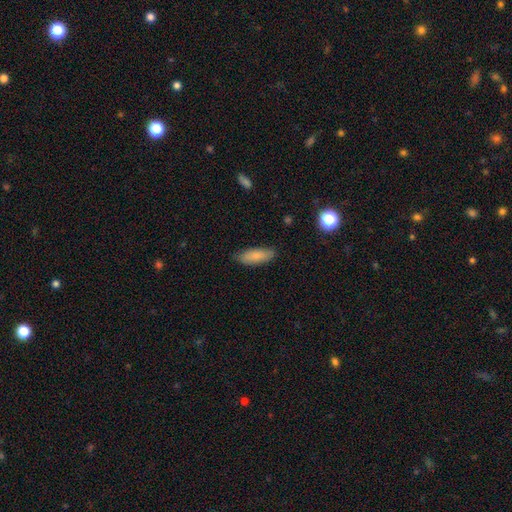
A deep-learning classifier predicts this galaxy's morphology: Smooth or featured?
  - smooth: 84% *
  - featured or disk: 10%
  - star or artifact: 7%
How rounded?
  - in between: 67% *
  - cigar-shaped: 32%
  - round: 2%
Merging?
  - none: 81% *
  - minor disturbance: 15%
  - major disturbance: 3%
  - merger: 1%